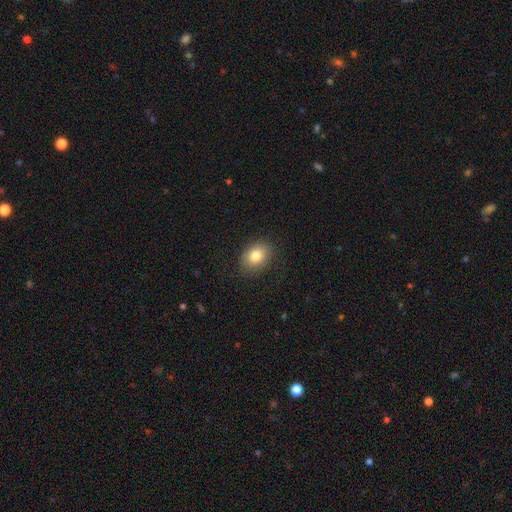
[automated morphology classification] smooth 81%, featured or disk 10%, star or artifact 9%. Down the decision tree: how rounded — in between (71%); merging — none (84%).